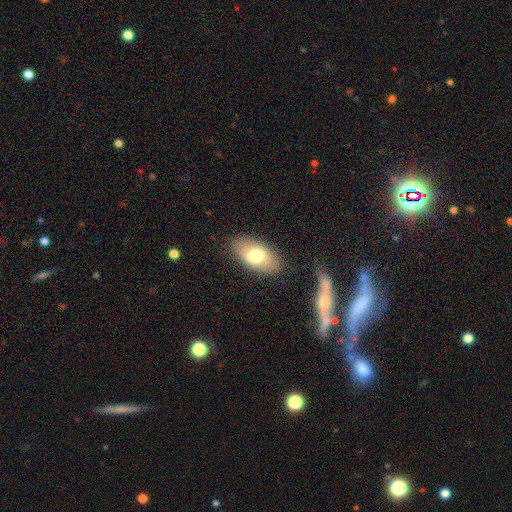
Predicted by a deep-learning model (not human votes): Smooth or featured: smooth — 69% (featured or disk — 23%)
How rounded: in between — 92% (round — 5%)
Merging: none — 82% (minor disturbance — 12%)